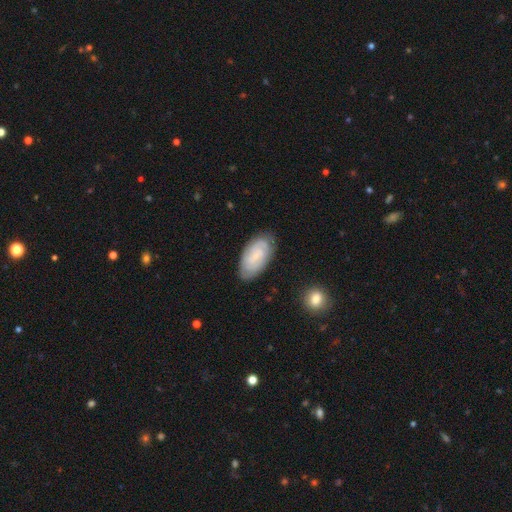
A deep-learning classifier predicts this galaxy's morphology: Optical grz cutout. It shows a featured or disk galaxy (56%) with a weak bar (46%), spiral arms (85%) and a small central bulge (61%). Merging: none (77%).